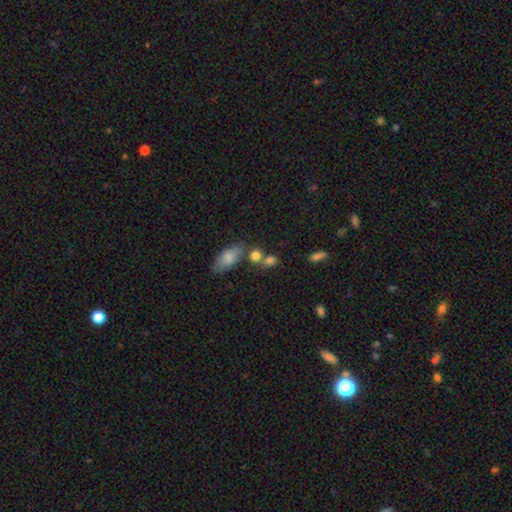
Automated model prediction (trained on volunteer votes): Smooth or featured: smooth — 80% (star or artifact — 12%)
How rounded: round — 63% (in between — 34%)
Merging: none — 52% (merger — 32%)